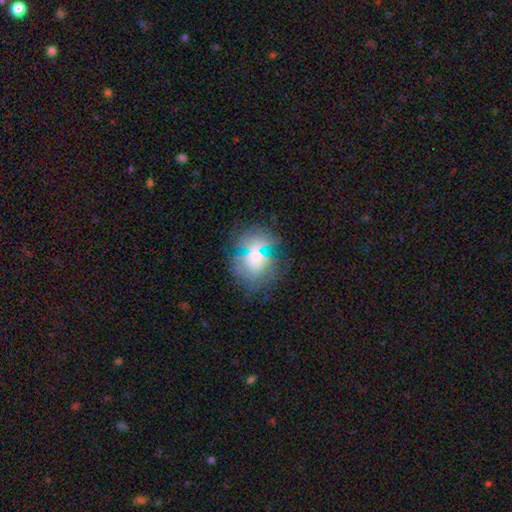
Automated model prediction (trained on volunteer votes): Overall: featured or disk (46%; smooth 38%). Merging: none (58%; minor disturbance 20%).